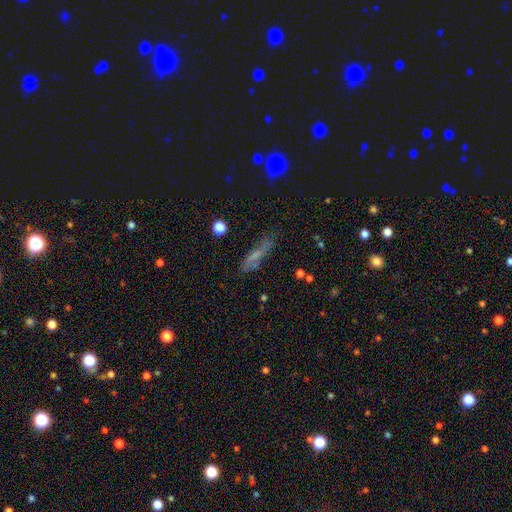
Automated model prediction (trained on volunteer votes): smooth_or_featured: smooth (p=0.51) [alt: featured or disk p=0.35]
how_rounded: cigar-shaped (p=0.71) [alt: in between p=0.25]
merging: none (p=0.64) [alt: minor disturbance p=0.23]